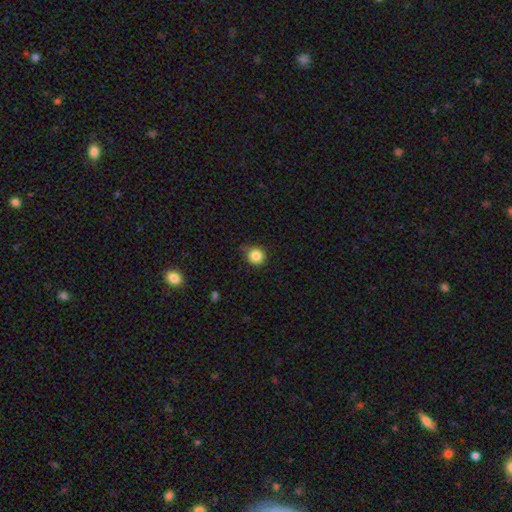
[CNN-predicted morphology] smooth_or_featured: smooth (p=0.84) [alt: star or artifact p=0.11]
how_rounded: round (p=0.87) [alt: in between p=0.12]
merging: none (p=0.73) [alt: minor disturbance p=0.21]